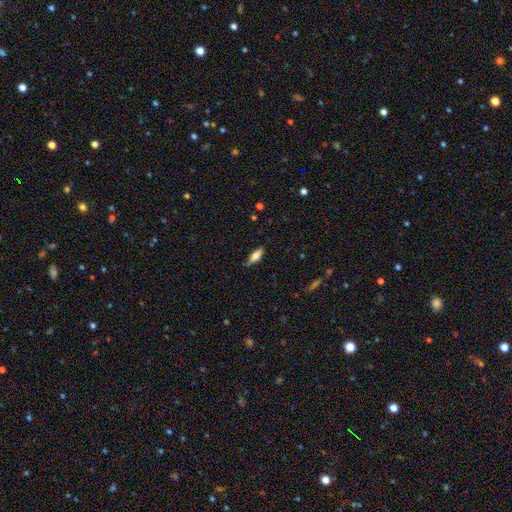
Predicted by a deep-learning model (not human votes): smooth 71%, featured or disk 21%, star or artifact 7%. Down the decision tree: how rounded — in between (68%); merging — none (73%).